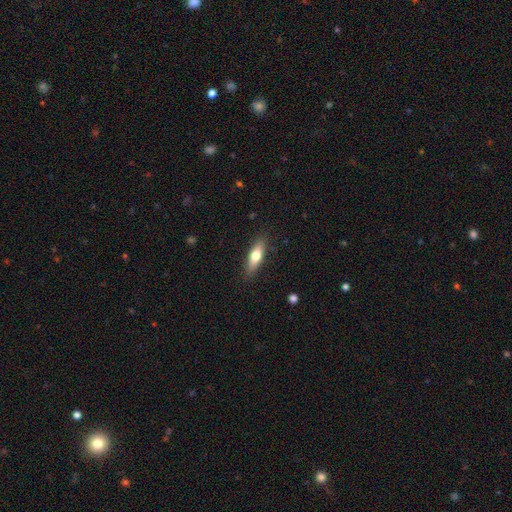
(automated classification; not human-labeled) Smooth or featured? Predicted: smooth (p=0.69). How rounded? Predicted: cigar-shaped (p=0.49). Merging? Predicted: none (p=0.86).